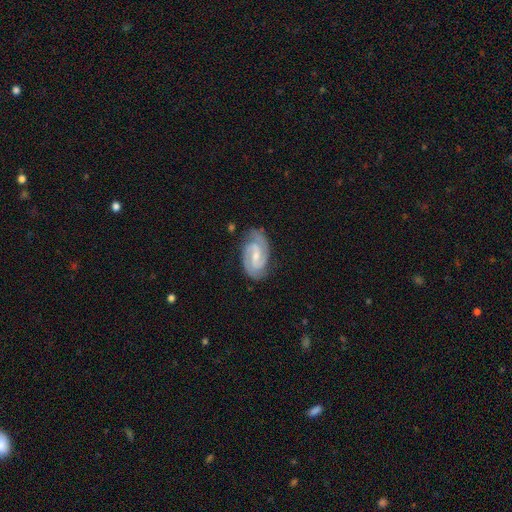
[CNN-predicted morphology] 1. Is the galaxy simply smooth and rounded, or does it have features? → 89% featured or disk, 6% smooth, 4% star or artifact.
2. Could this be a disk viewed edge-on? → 97% no, 3% yes.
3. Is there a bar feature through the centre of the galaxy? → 53% weak, 25% strong, 22% no.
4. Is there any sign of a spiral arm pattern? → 98% yes, 2% no.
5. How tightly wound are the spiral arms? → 47% medium, 44% tight, 9% loose.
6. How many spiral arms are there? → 90% 2, 3% 3, 3% can't tell, 1% 1, 1% 4, 1% more than 4.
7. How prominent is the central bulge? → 57% small, 36% moderate, 6% none, 1% large, 1% dominant.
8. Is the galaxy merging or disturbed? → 79% none, 16% minor disturbance, 4% major disturbance, 1% merger.